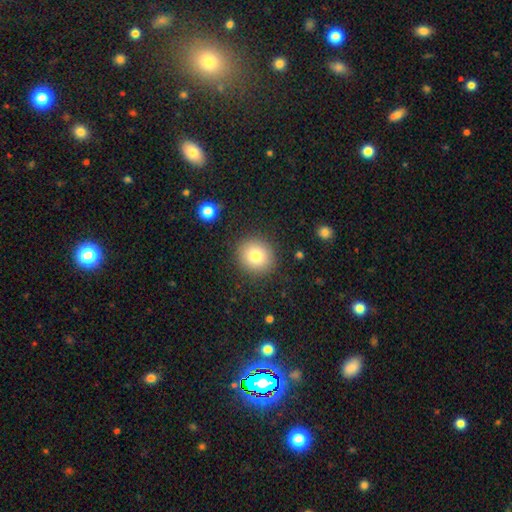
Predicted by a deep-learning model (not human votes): Q: Smooth or featured?
A: smooth (79%); runner-up: star or artifact (11%)
Q: How rounded?
A: round (88%); runner-up: in between (11%)
Q: Merging?
A: none (88%); runner-up: minor disturbance (7%)